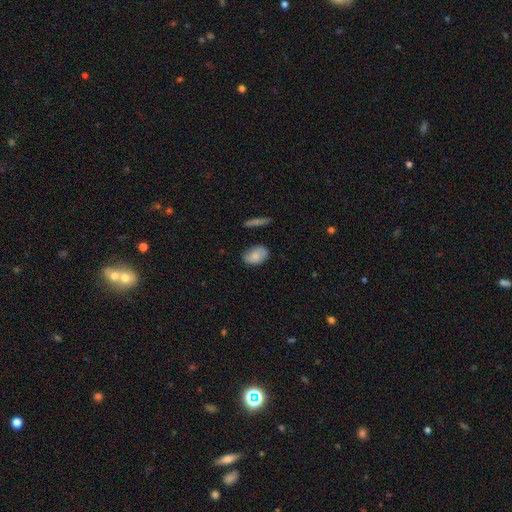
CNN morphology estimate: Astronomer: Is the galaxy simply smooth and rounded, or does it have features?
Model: smooth — 75%.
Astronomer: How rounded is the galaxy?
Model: in between — 85%.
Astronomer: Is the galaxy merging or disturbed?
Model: none — 74%.